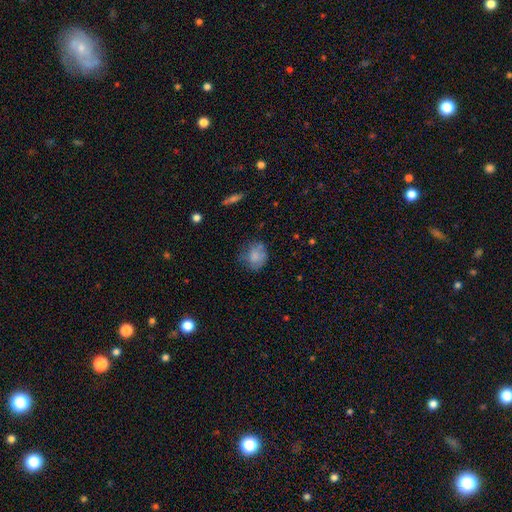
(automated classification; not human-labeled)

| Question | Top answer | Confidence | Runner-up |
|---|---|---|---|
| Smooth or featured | smooth | 73% | featured or disk (18%) |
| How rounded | round | 71% | in between (28%) |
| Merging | none | 56% | minor disturbance (27%) |